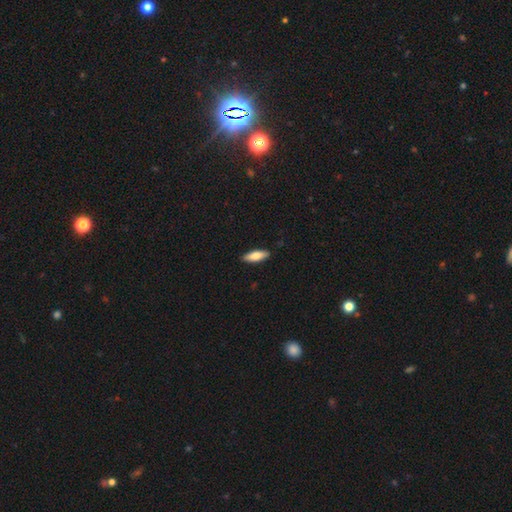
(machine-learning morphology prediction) Overall: smooth (76%). How rounded: in between (59%; cigar-shaped 39%). Merging: none (89%).